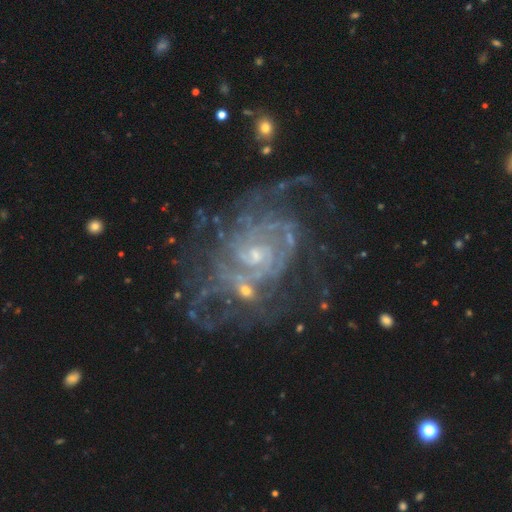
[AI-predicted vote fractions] A featured or disk galaxy (86%) with no bar (68%), tight (61%) spiral arms (89%) and a small central bulge (73%). Merging: none (55%).